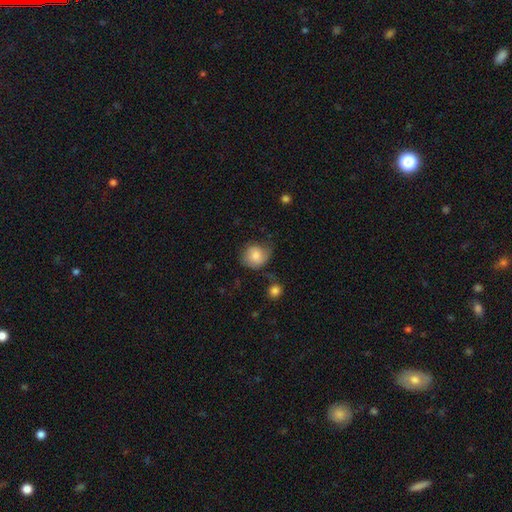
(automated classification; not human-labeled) smooth_or_featured: smooth (p=0.75) [alt: featured or disk p=0.17]
how_rounded: round (p=0.76) [alt: in between p=0.23]
merging: none (p=0.52) [alt: minor disturbance p=0.31]